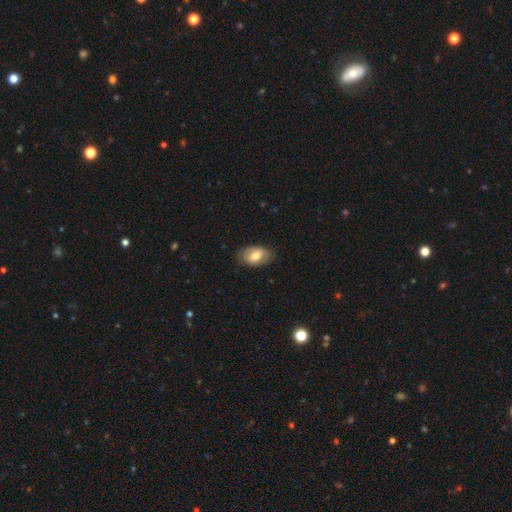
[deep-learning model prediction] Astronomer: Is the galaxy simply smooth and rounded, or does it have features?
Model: smooth — 70%.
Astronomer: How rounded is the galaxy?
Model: in between — 90%.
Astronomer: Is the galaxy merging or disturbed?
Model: none — 81%.